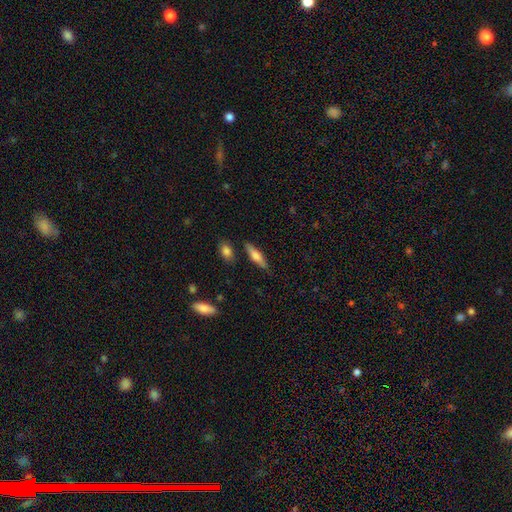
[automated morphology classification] This is likely a smooth galaxy (61%). How rounded: likely cigar-shaped (65%). Merging: clearly none (83%).